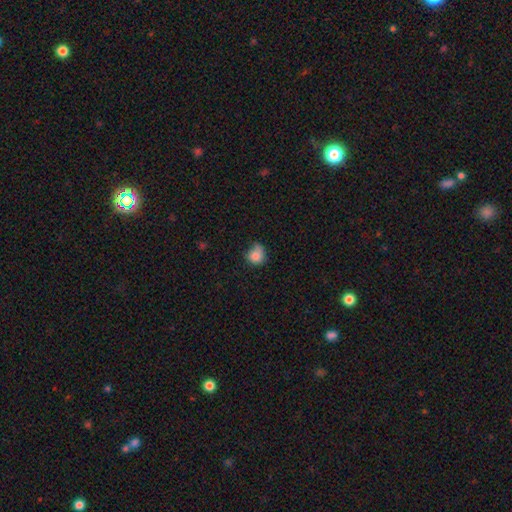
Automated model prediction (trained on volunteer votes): The model was most divided on "merging": none: 44%, minor disturbance: 36%, major disturbance: 13%, merger: 6%. More confident: smooth or featured — smooth (81%); how rounded — round (76%).